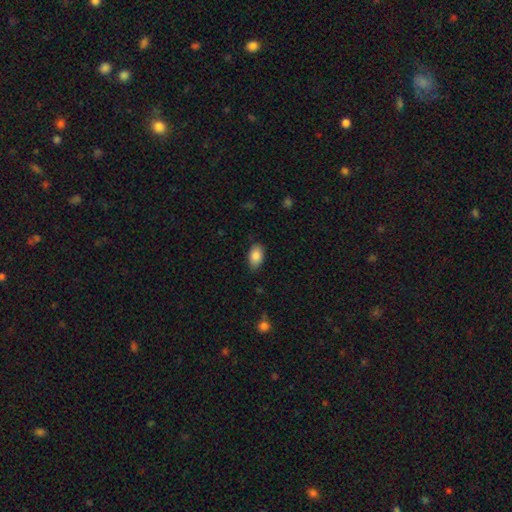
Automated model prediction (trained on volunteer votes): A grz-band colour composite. It shows a smooth galaxy with no disk features (87%) that is in between round and cigar-shaped (91%). Merging: none (82%).